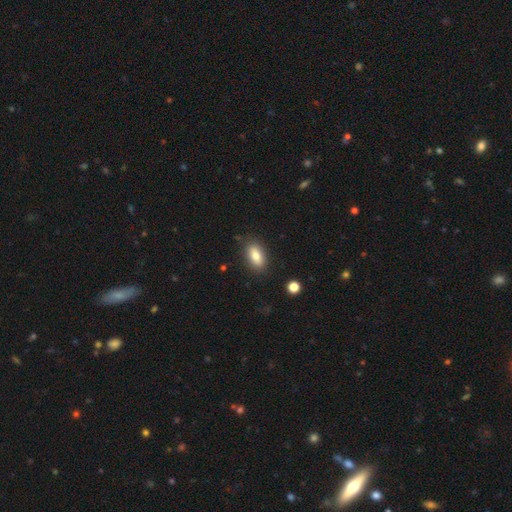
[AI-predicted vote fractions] Overall: smooth (83%). How rounded: in between (88%). Merging: none (84%).